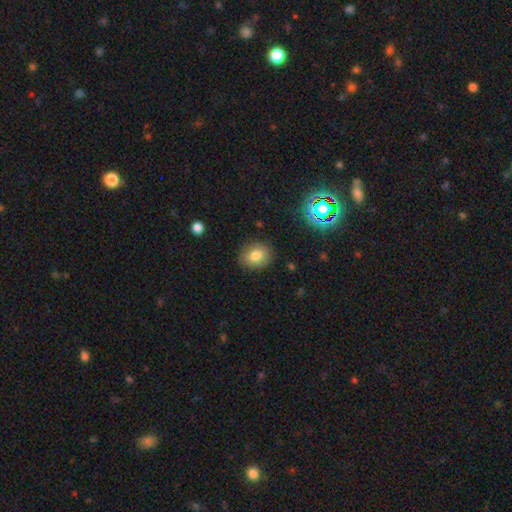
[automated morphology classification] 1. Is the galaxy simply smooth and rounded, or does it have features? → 79% smooth, 11% star or artifact, 10% featured or disk.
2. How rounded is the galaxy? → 55% round, 44% in between, 1% cigar-shaped.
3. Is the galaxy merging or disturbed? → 86% none, 10% minor disturbance, 3% major disturbance, 1% merger.